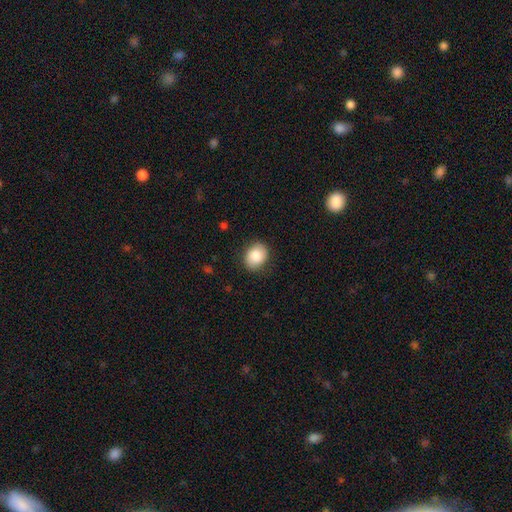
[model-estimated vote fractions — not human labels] smooth_or_featured: smooth (p=0.85) [alt: featured or disk p=0.08]
how_rounded: in between (p=0.51) [alt: round p=0.48]
merging: none (p=0.84) [alt: minor disturbance p=0.12]